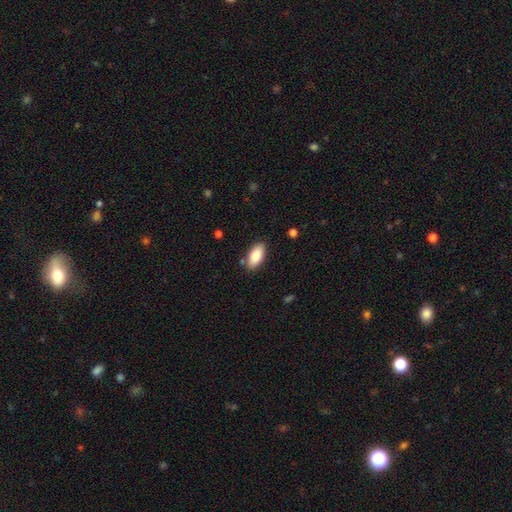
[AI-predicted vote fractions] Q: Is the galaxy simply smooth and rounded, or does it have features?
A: smooth — 83%.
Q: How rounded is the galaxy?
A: in between — 92%.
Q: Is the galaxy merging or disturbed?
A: none — 85%.